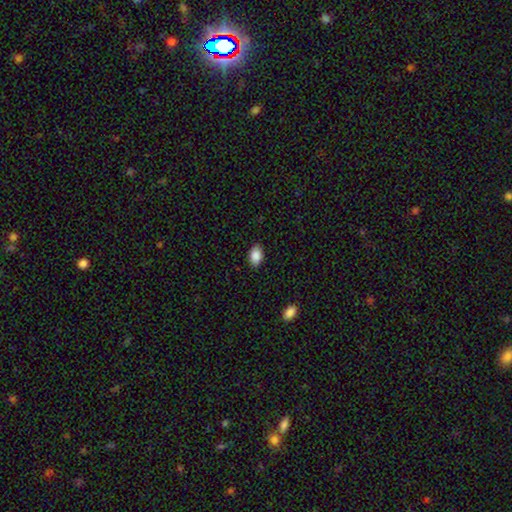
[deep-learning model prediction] smooth 88%, star or artifact 7%, featured or disk 4%. Down the decision tree: how rounded — in between (89%); merging — none (87%).